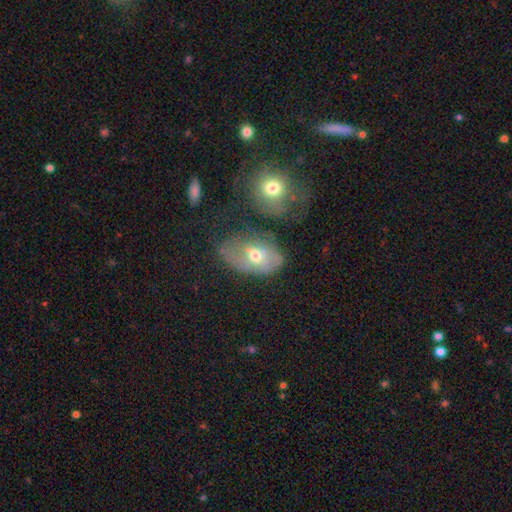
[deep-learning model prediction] A smooth galaxy with no disk features (48%). Merging: none (32%).